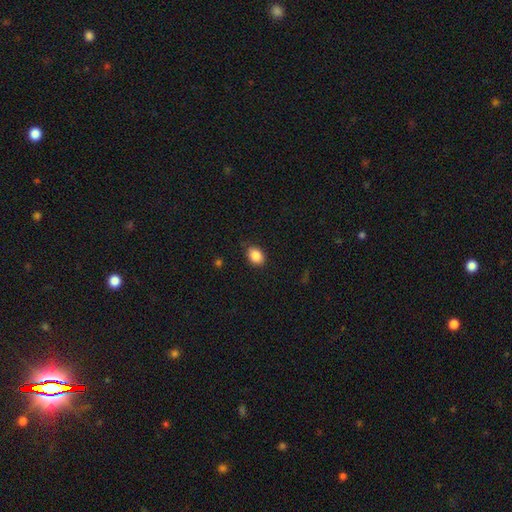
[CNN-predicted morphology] smooth_or_featured: smooth (p=0.87) [alt: star or artifact p=0.09]
how_rounded: in between (p=0.70) [alt: round p=0.29]
merging: none (p=0.82) [alt: minor disturbance p=0.14]